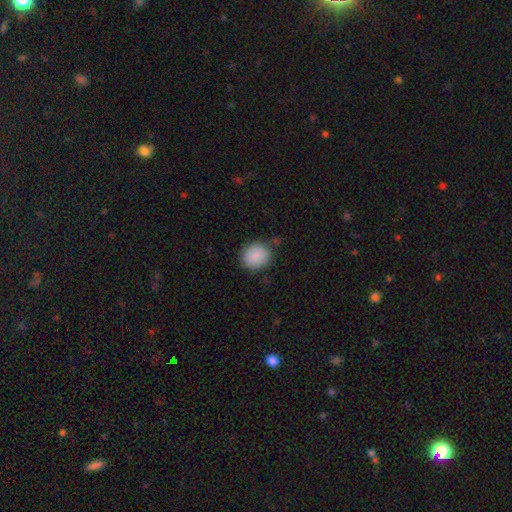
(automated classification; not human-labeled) A smooth galaxy with no disk features (88%) that is round (77%). Merging: none (79%).